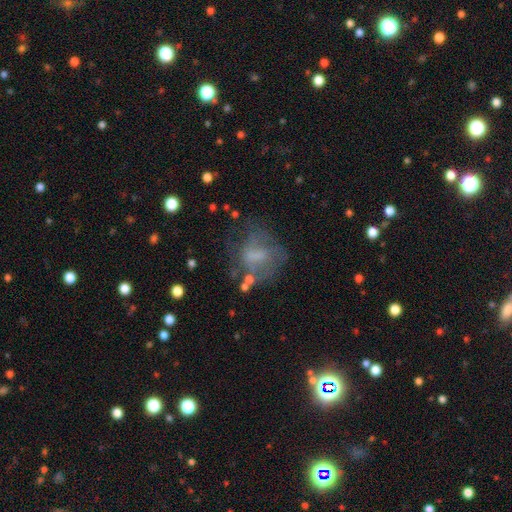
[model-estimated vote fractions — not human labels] Overall: smooth (44%; featured or disk 42%). Merging: none (43%; major disturbance 28%).